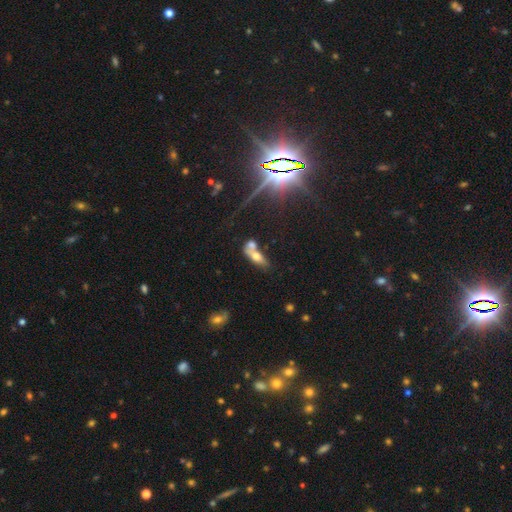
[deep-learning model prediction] This appears to be a smooth galaxy with no disk features (59%) that is in between round and cigar-shaped (72%). Merging: merger (58%).